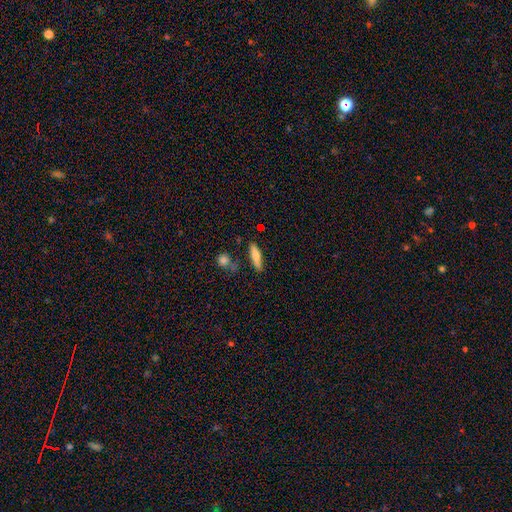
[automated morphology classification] type=smooth (68%); roundness=cigar-shaped (71%); merging=none (75%).